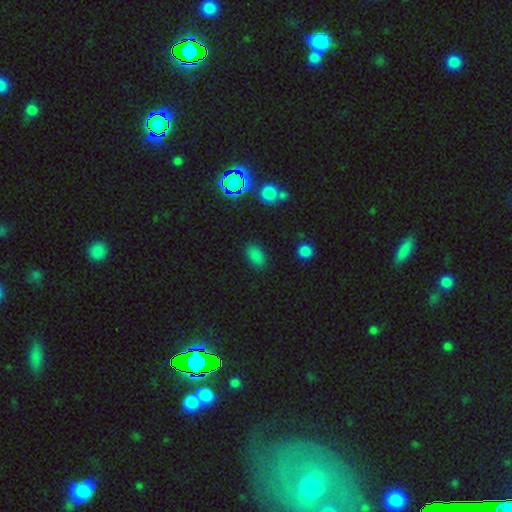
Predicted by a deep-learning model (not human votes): This is likely a smooth galaxy (77%). How rounded: clearly in between (88%). Merging: clearly none (84%).